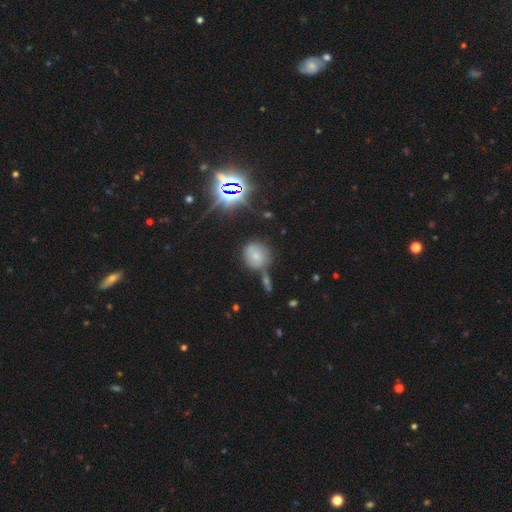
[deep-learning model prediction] Smooth or featured? Predicted: smooth (p=0.64). How rounded? Predicted: round (p=0.85). Merging? Predicted: none (p=0.58).